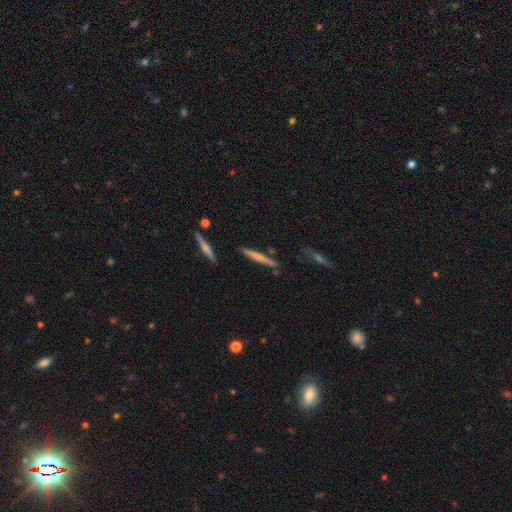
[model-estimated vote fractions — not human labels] Smooth or featured? smooth (47%)
Merging? none (85%)